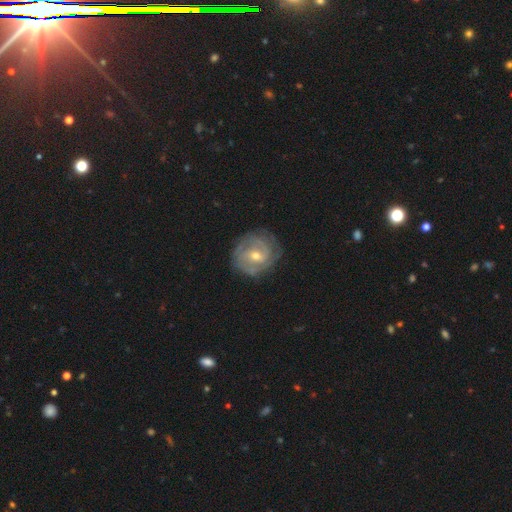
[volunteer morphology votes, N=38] Volunteers were most divided on "bar": no: 41%, weak: 38%, strong: 22%. More confident: spiral arms — yes (100%); edge-on disk — no (94%); smooth or featured — featured or disk (89%); spiral arm count — 2 (72%); merging — none (61%); bulge size — moderate (53%); spiral winding — tight (53%).